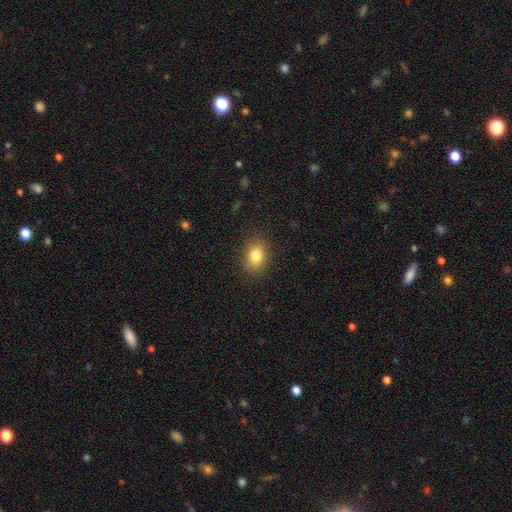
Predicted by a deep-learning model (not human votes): This is clearly a smooth galaxy (82%). How rounded: likely in between (71%). Merging: clearly none (86%).